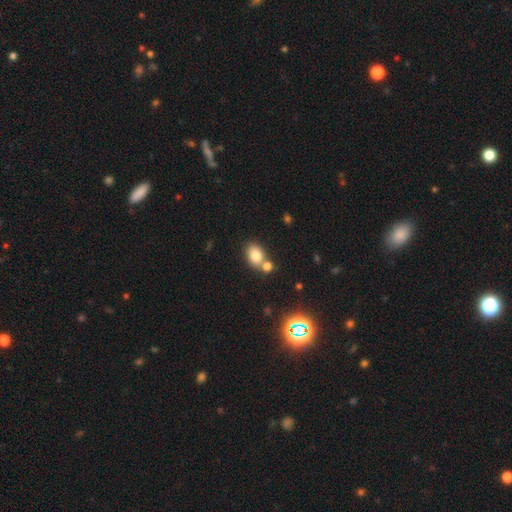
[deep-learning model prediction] Q: Smooth or featured?
A: smooth (80%); runner-up: star or artifact (11%)
Q: How rounded?
A: in between (71%); runner-up: round (28%)
Q: Merging?
A: none (54%); runner-up: merger (32%)